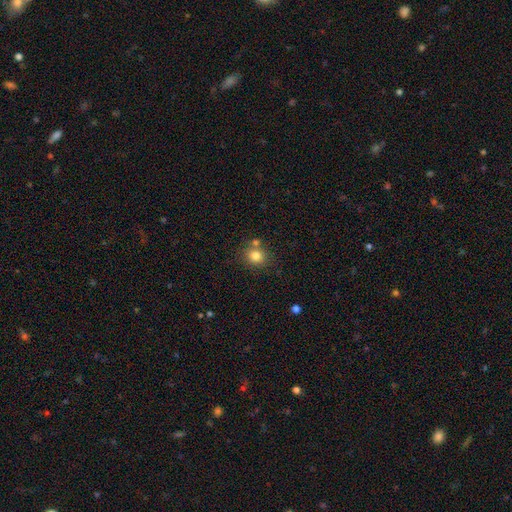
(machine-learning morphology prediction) Smooth or featured? Predicted: smooth (p=0.81). How rounded? Predicted: round (p=0.78). Merging? Predicted: none (p=0.69).